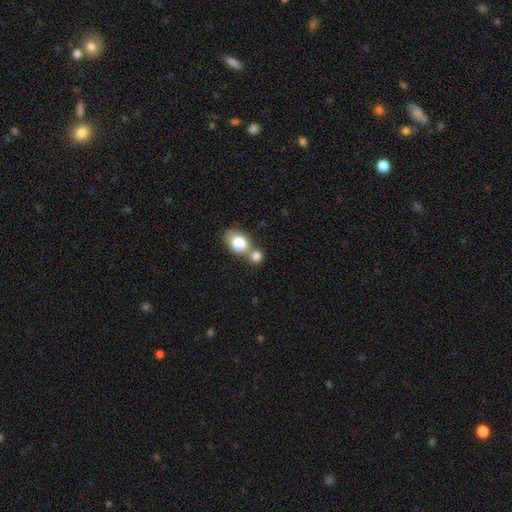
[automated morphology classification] Smooth or featured? smooth (77%)
How rounded? round (61%)
Merging? merger (51%)